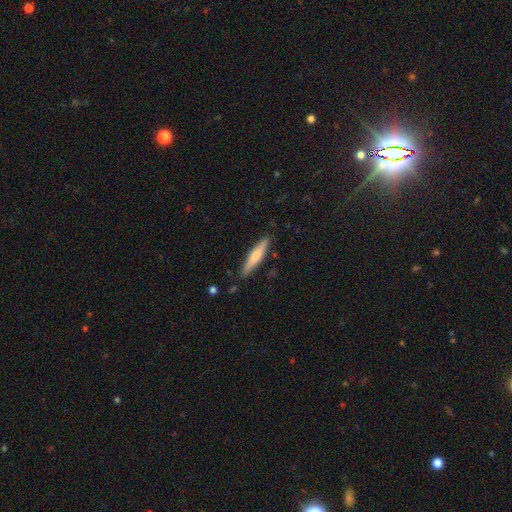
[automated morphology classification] Overall: smooth (66%; featured or disk 28%). How rounded: cigar-shaped (89%). Merging: none (87%).